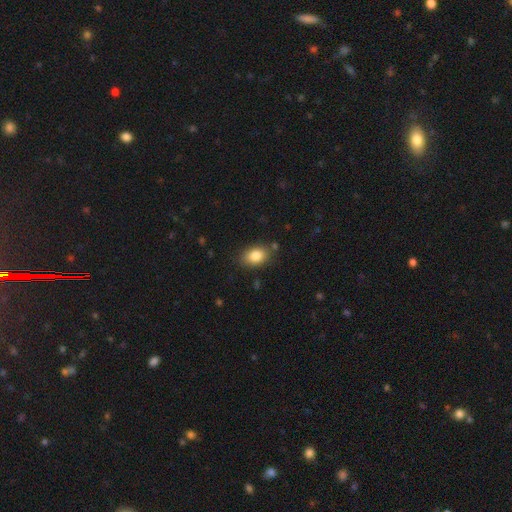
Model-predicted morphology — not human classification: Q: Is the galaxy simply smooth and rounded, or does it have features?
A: smooth — 85%.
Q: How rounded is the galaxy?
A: in between — 81%.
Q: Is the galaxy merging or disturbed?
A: none — 81%.